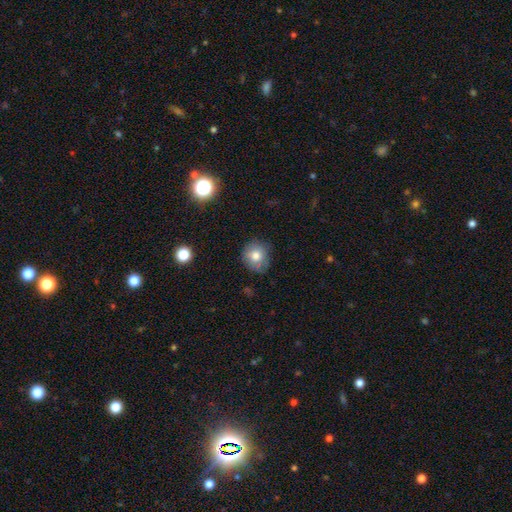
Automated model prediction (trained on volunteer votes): A smooth galaxy with no disk features (76%) that is round (84%). Merging: none (77%).